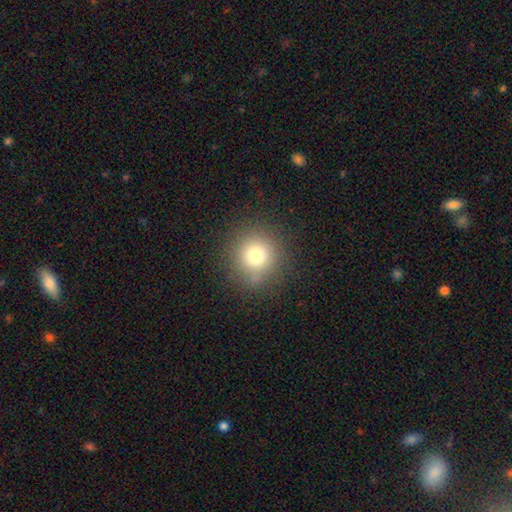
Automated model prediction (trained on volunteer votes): A smooth galaxy with no disk features (75%) that is round (93%). Merging: none (86%).